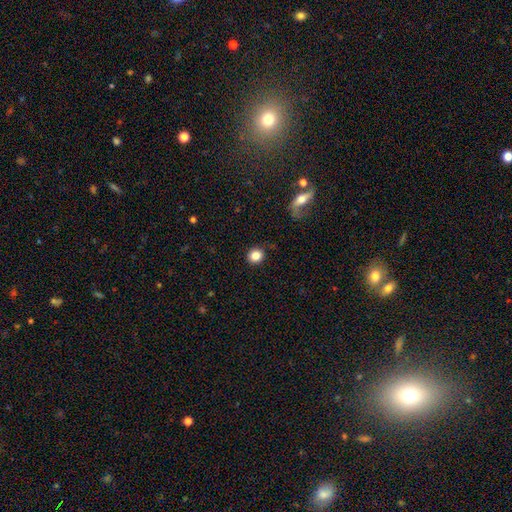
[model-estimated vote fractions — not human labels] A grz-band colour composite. It shows a smooth galaxy with no disk features (84%) that is round (86%). Merging: none (89%).